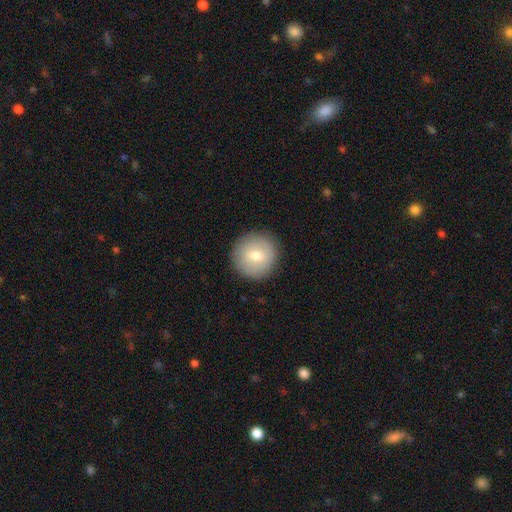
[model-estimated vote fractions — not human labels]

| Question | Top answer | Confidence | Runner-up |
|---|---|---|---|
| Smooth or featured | smooth | 68% | featured or disk (23%) |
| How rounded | round | 94% | in between (5%) |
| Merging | none | 90% | minor disturbance (7%) |